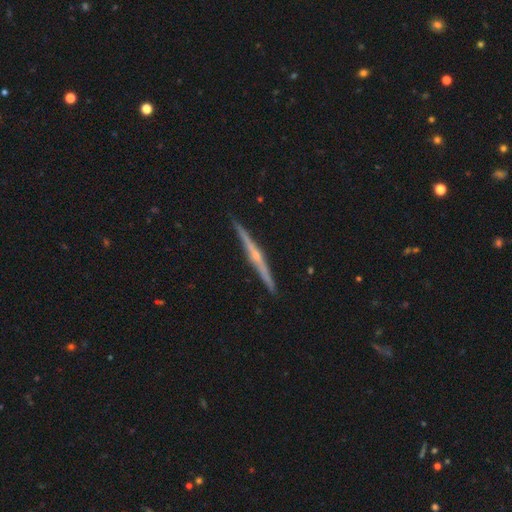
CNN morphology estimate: smooth_or_featured: featured or disk (p=0.82) [alt: smooth p=0.12]
disk_edge_on: yes (p=0.98) [alt: no p=0.02]
edge_on_bulge: rounded (p=0.79) [alt: none p=0.16]
merging: none (p=0.92) [alt: minor disturbance p=0.06]